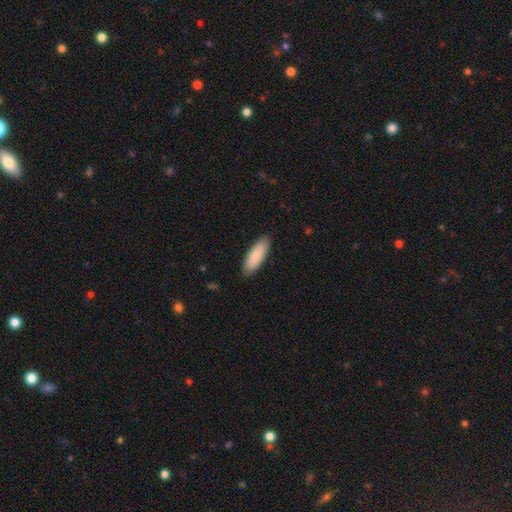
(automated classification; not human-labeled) smooth_or_featured: smooth (p=0.87) [alt: featured or disk p=0.08]
how_rounded: in between (p=0.69) [alt: cigar-shaped p=0.30]
merging: none (p=0.87) [alt: minor disturbance p=0.10]